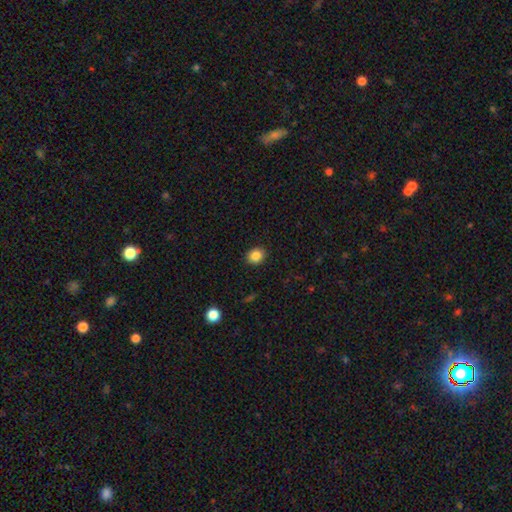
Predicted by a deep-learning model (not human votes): The model was most divided on "how rounded": round: 59%, in between: 40%, cigar-shaped: 1%. More confident: merging — none (90%); smooth or featured — smooth (86%).